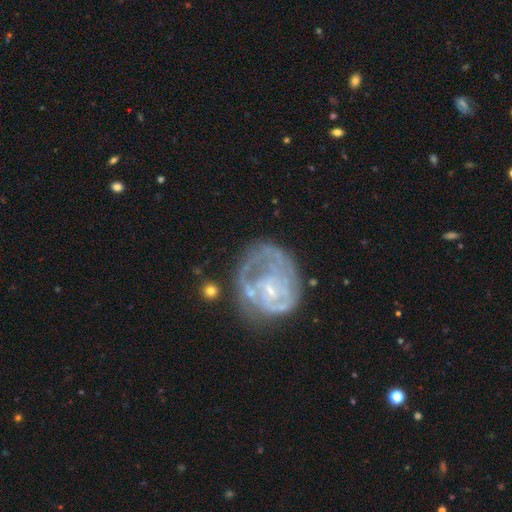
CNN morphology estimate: type=featured or disk (74%); edge-on=no (98%); bar=no (66%); spiral arms=yes (68%); bulge=small (69%); merging=none (44%).